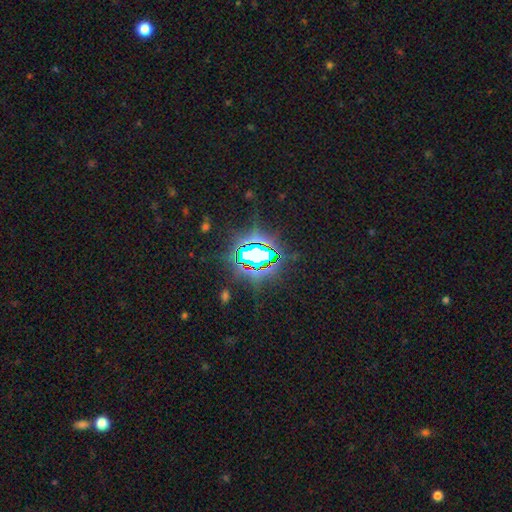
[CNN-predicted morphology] type=star or artifact (79%).